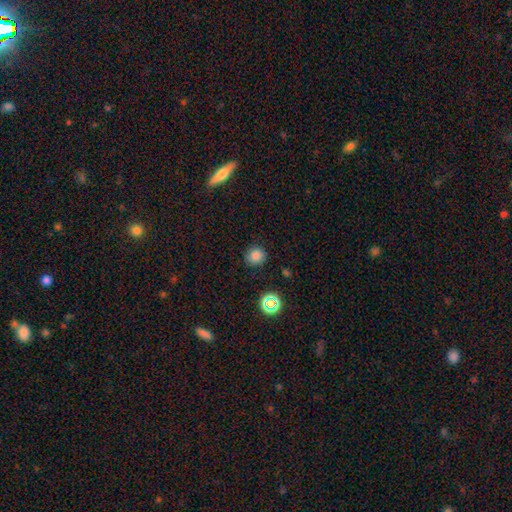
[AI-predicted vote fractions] Smooth or featured? Predicted: smooth (p=0.79). How rounded? Predicted: round (p=0.89). Merging? Predicted: none (p=0.85).